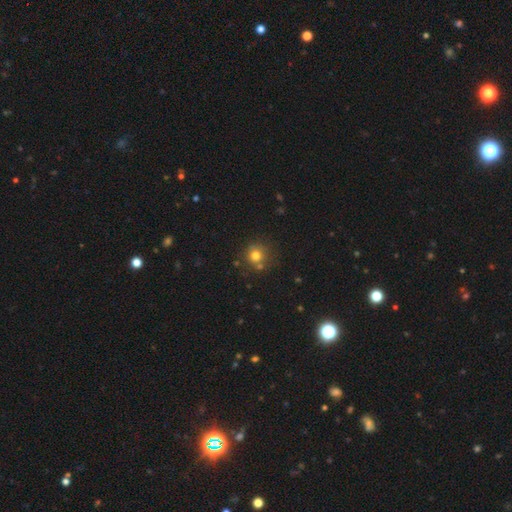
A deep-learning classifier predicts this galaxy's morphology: Smooth or featured?
  - smooth: 76% *
  - star or artifact: 15%
  - featured or disk: 9%
How rounded?
  - round: 90% *
  - in between: 9%
  - cigar-shaped: 1%
Merging?
  - none: 71% *
  - merger: 12%
  - minor disturbance: 12%
  - major disturbance: 4%